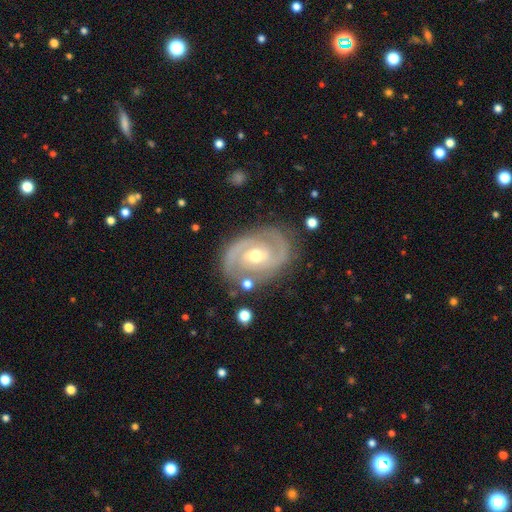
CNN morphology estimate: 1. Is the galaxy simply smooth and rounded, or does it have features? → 87% featured or disk, 9% smooth, 5% star or artifact.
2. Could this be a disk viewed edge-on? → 97% no, 3% yes.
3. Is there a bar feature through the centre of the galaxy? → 43% weak, 42% no, 15% strong.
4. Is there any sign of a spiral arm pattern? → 93% yes, 7% no.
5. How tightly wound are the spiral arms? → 52% tight, 39% medium, 9% loose.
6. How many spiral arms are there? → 79% 2, 9% can't tell, 7% 3, 2% 1, 2% 4, 2% more than 4.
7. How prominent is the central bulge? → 63% moderate, 32% small, 3% large, 1% none, 1% dominant.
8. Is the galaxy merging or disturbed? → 78% none, 14% minor disturbance, 5% major disturbance, 3% merger.